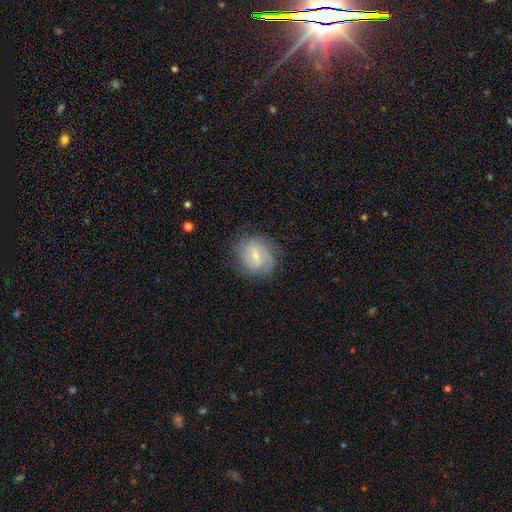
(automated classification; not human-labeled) smooth_or_featured: featured or disk (p=0.67) [alt: smooth p=0.26]
disk_edge_on: no (p=0.97) [alt: yes p=0.03]
bar: weak (p=0.57) [alt: strong p=0.28]
has_spiral_arms: yes (p=0.84) [alt: no p=0.16]
spiral_winding: tight (p=0.43) [alt: medium p=0.39]
spiral_arm_count: 2 (p=0.47) [alt: can't tell p=0.30]
bulge_size: small (p=0.58) [alt: moderate p=0.36]
merging: none (p=0.73) [alt: minor disturbance p=0.18]